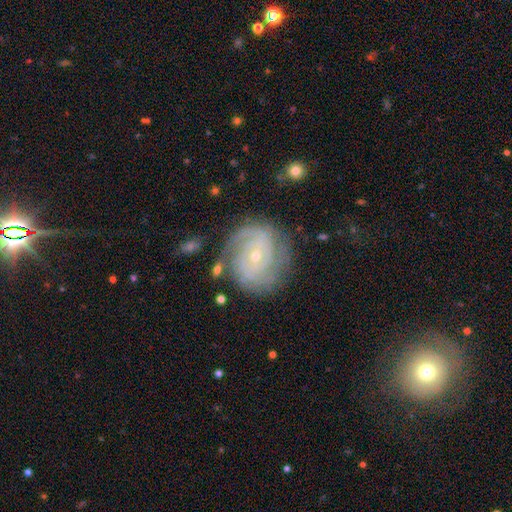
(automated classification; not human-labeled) smooth_or_featured: featured or disk (p=0.84) [alt: smooth p=0.10]
disk_edge_on: no (p=0.97) [alt: yes p=0.03]
bar: no (p=0.61) [alt: weak p=0.30]
has_spiral_arms: yes (p=0.95) [alt: no p=0.05]
spiral_winding: tight (p=0.71) [alt: medium p=0.24]
spiral_arm_count: 2 (p=0.36) [alt: can't tell p=0.28]
bulge_size: small (p=0.77) [alt: moderate p=0.20]
merging: none (p=0.74) [alt: minor disturbance p=0.17]